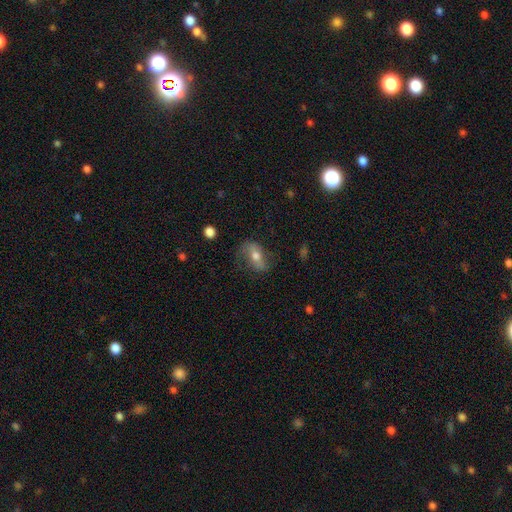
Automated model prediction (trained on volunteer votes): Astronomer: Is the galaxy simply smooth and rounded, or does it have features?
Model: smooth — 50% (runner-up: featured or disk, 41%).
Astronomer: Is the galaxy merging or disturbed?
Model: none — 65%.